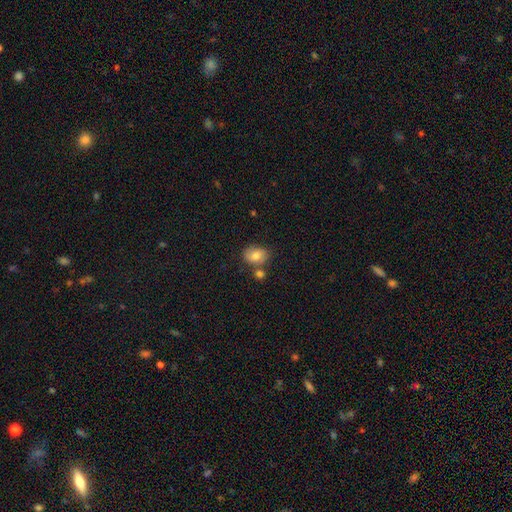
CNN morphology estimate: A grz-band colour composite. It shows a smooth galaxy with no disk features (78%) that is in between round and cigar-shaped (60%). Merging: none (62%).